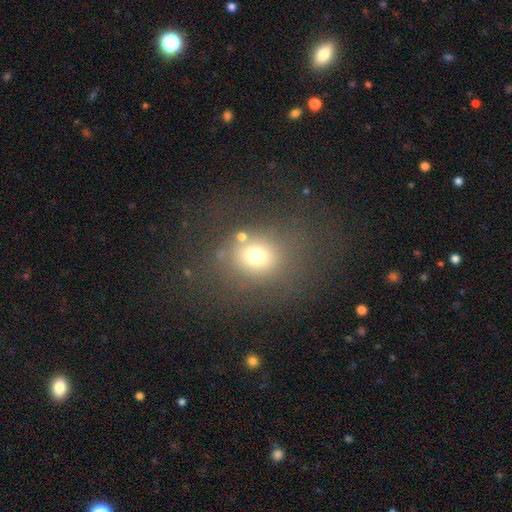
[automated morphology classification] smooth_or_featured: smooth (p=0.69) [alt: star or artifact p=0.18]
how_rounded: round (p=0.70) [alt: in between p=0.29]
merging: none (p=0.69) [alt: minor disturbance p=0.14]